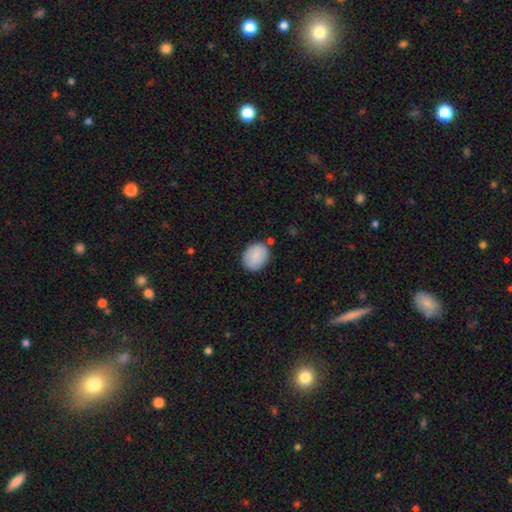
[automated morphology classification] The model was most divided on "how rounded": in between: 58%, round: 41%, cigar-shaped: 1%. More confident: smooth or featured — smooth (85%); merging — none (76%).